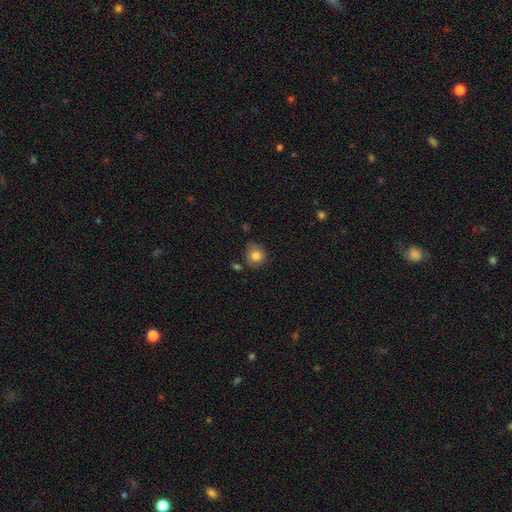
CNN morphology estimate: Q: Smooth or featured?
A: smooth (81%); runner-up: star or artifact (10%)
Q: How rounded?
A: round (86%); runner-up: in between (13%)
Q: Merging?
A: none (71%); runner-up: minor disturbance (20%)